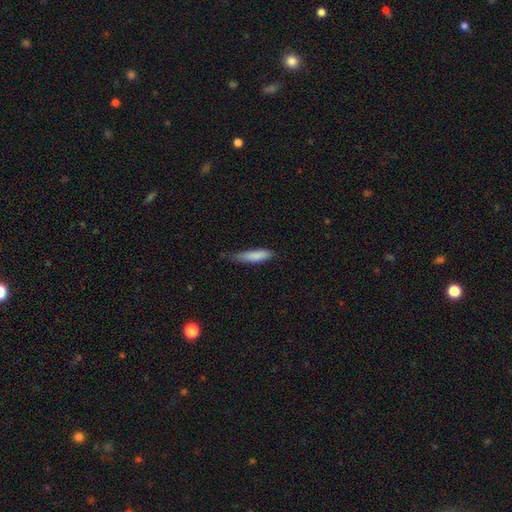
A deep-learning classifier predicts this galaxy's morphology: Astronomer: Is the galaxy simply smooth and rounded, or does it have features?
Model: smooth — 84%.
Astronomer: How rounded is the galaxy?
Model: cigar-shaped — 76%.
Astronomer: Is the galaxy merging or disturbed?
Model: none — 62%.